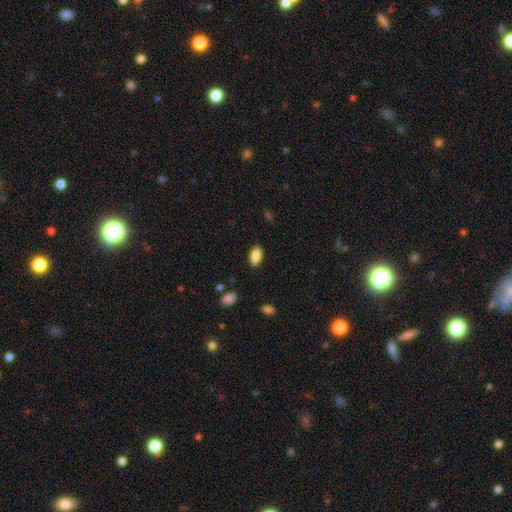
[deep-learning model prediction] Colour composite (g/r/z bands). It shows a smooth galaxy with no disk features (88%) that is in between round and cigar-shaped (92%). Merging: none (87%).